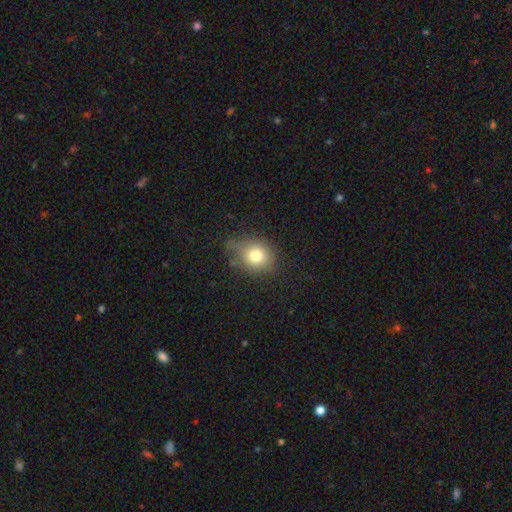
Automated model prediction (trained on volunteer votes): smooth-or-featured: smooth: 78% | star or artifact: 11% | featured or disk: 11%
  how-rounded: round: 68% | in between: 31% | cigar-shaped: 1%
  merging: none: 65% | minor disturbance: 25% | major disturbance: 7% | merger: 2%